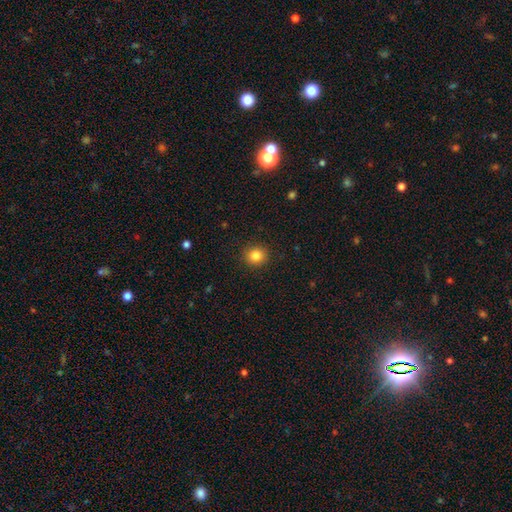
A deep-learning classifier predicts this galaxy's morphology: A smooth galaxy with no disk features (84%) that is round (89%). Merging: none (91%).